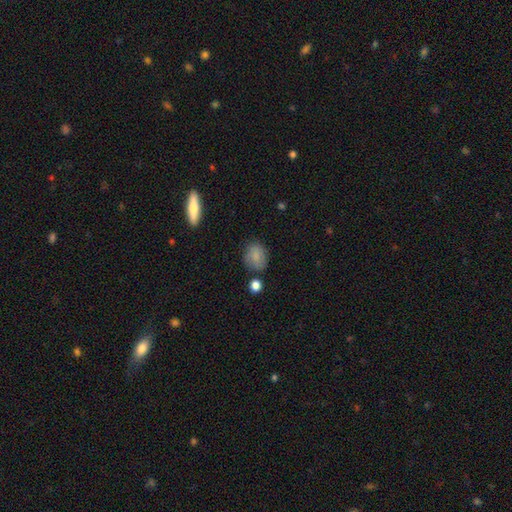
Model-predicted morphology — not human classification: Overall: smooth (83%). How rounded: round (50%; in between 49%). Merging: none (72%).